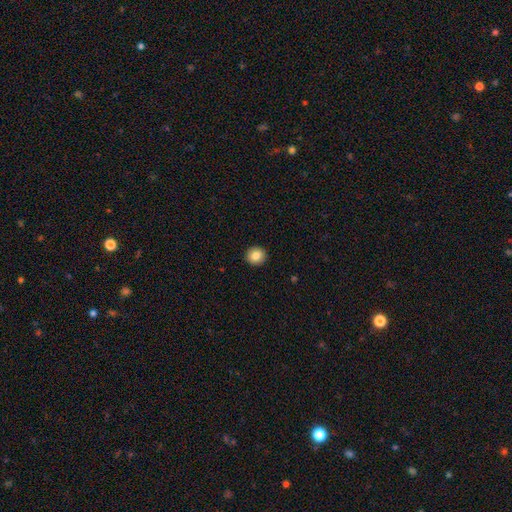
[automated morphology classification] Smooth or featured? smooth (84%)
How rounded? round (91%)
Merging? none (93%)